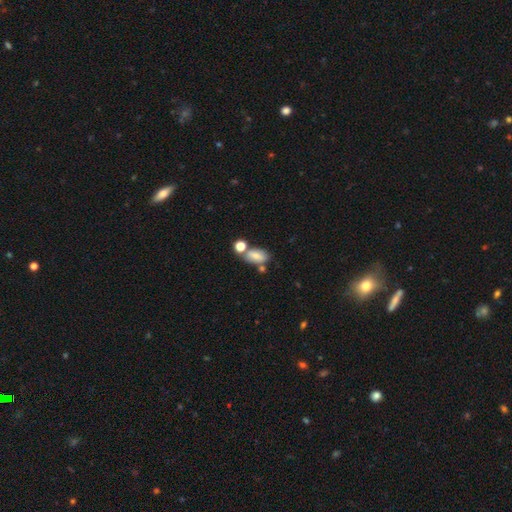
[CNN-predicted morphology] This is likely a smooth galaxy (74%). How rounded: clearly in between (87%). Merging: possibly none (49%).